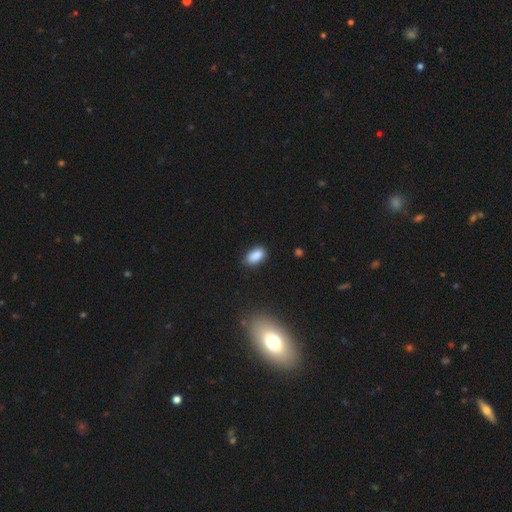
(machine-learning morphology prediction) The model was most divided on "merging": none: 80%, minor disturbance: 16%, major disturbance: 3%, merger: 2%. More confident: how rounded — in between (92%); smooth or featured — smooth (87%).